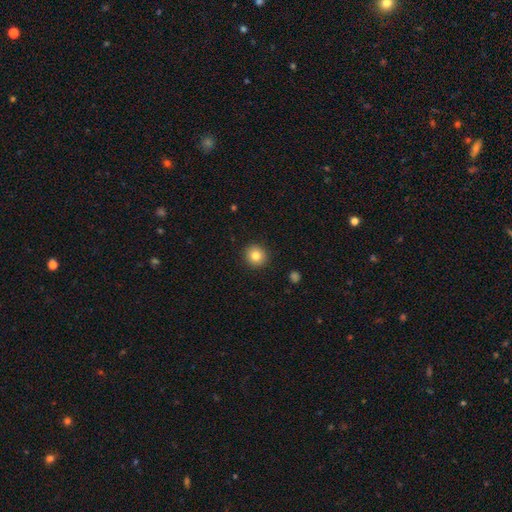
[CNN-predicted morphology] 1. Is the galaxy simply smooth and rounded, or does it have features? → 82% smooth, 10% star or artifact, 8% featured or disk.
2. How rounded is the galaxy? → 92% round, 7% in between, 1% cigar-shaped.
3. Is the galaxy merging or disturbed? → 92% none, 5% minor disturbance, 2% major disturbance, 1% merger.